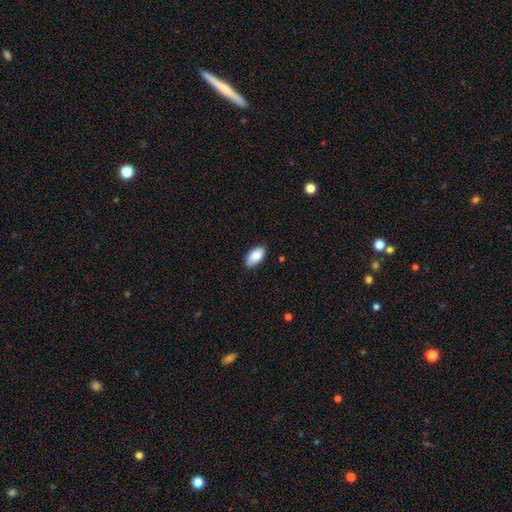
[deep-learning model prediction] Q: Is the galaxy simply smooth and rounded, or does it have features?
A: smooth — 88%.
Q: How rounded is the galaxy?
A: in between — 95%.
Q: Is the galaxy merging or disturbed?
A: none — 83%.